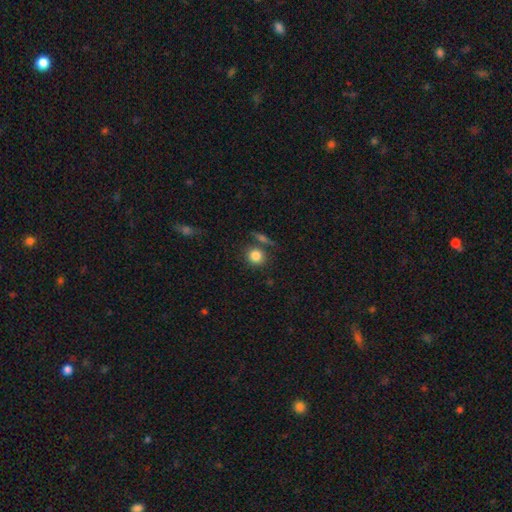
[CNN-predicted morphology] smooth 83%, star or artifact 10%, featured or disk 7%. Down the decision tree: how rounded — round (81%); merging — none (72%).